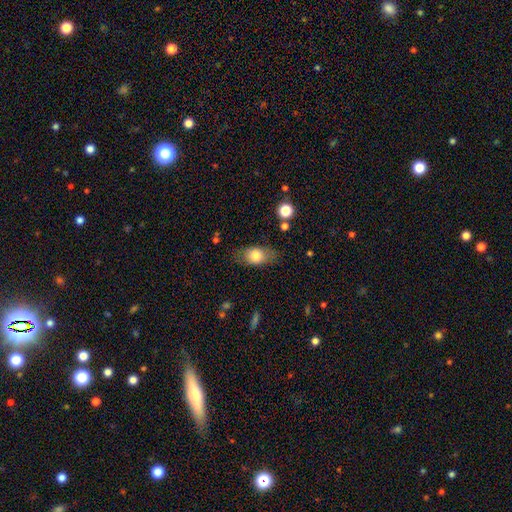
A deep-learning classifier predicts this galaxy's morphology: A smooth galaxy with no disk features (78%) that is in between round and cigar-shaped (83%).

Vote fractions:
- Smooth or featured? smooth: 78% / featured or disk: 15% / star or artifact: 8%
- How rounded? in between: 83% / round: 14% / cigar-shaped: 3%
- Merging? none: 75% / minor disturbance: 17% / major disturbance: 6% / merger: 2%